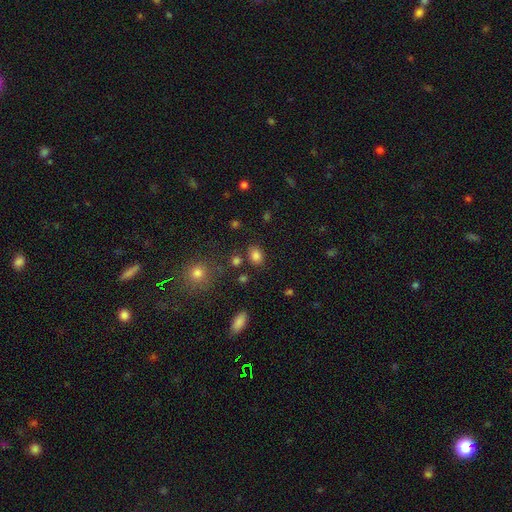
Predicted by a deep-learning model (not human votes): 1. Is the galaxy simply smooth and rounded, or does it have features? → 83% smooth, 12% star or artifact, 5% featured or disk.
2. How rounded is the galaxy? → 63% in between, 36% round, 1% cigar-shaped.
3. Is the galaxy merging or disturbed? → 79% none, 12% minor disturbance, 5% merger, 4% major disturbance.